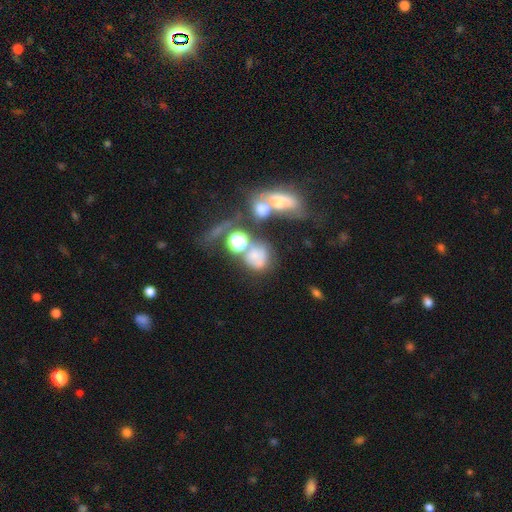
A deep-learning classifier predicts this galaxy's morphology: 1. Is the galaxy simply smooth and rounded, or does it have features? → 54% smooth, 23% featured or disk, 23% star or artifact.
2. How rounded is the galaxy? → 64% round, 34% in between, 2% cigar-shaped.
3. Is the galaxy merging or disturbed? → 40% merger, 30% none, 16% major disturbance, 13% minor disturbance.